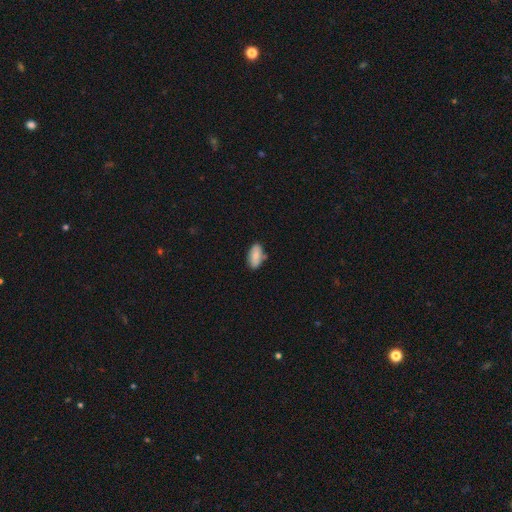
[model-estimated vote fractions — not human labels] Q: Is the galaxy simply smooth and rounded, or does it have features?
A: smooth — 81%.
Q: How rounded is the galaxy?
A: in between — 91%.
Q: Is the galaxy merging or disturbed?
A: none — 72%.